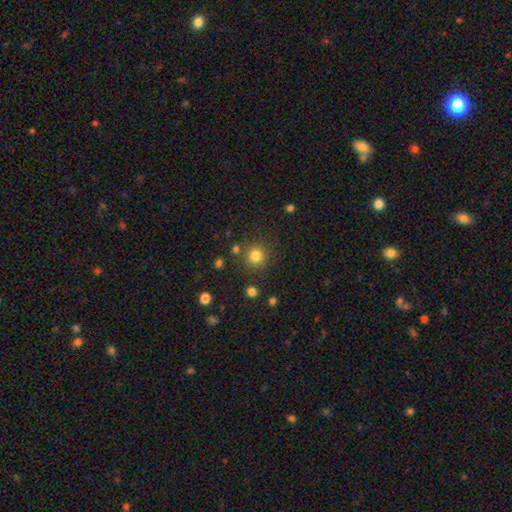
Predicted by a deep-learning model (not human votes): Smooth or featured?
  - smooth: 81% *
  - star or artifact: 14%
  - featured or disk: 6%
How rounded?
  - round: 94% *
  - in between: 5%
  - cigar-shaped: 1%
Merging?
  - none: 84% *
  - minor disturbance: 8%
  - merger: 5%
  - major disturbance: 3%